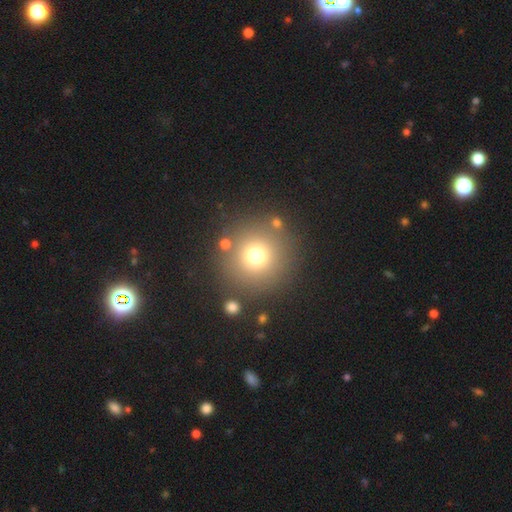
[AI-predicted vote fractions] smooth_or_featured: smooth (p=0.72) [alt: star or artifact p=0.17]
how_rounded: round (p=0.95) [alt: in between p=0.04]
merging: none (p=0.84) [alt: minor disturbance p=0.07]